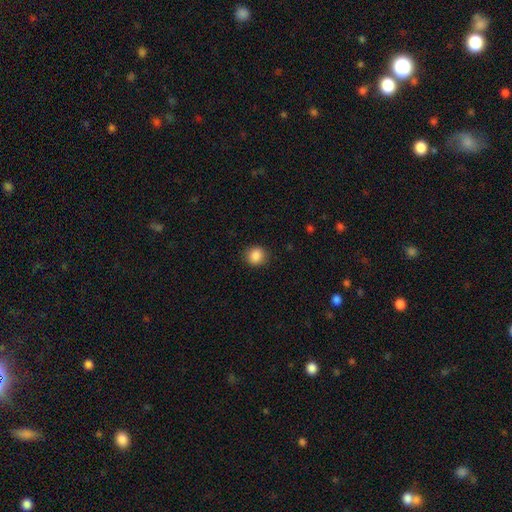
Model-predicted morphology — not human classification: smooth-or-featured: smooth: 87% | star or artifact: 9% | featured or disk: 3%
  how-rounded: round: 85% | in between: 14% | cigar-shaped: 1%
  merging: none: 89% | minor disturbance: 8% | major disturbance: 2% | merger: 1%